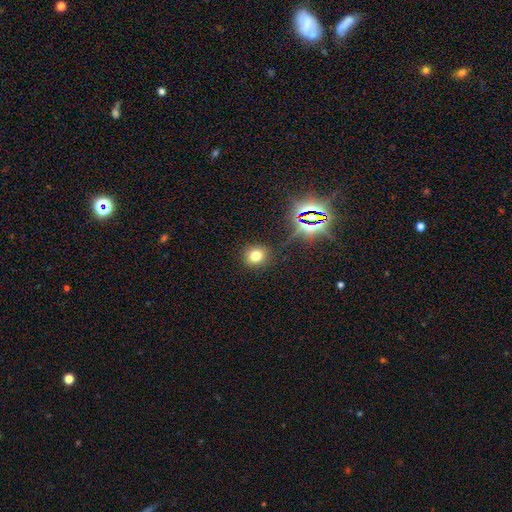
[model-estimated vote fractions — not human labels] smooth-or-featured: smooth: 71% | star or artifact: 21% | featured or disk: 8%
  how-rounded: round: 82% | in between: 17% | cigar-shaped: 1%
  merging: none: 87% | minor disturbance: 8% | major disturbance: 3% | merger: 2%